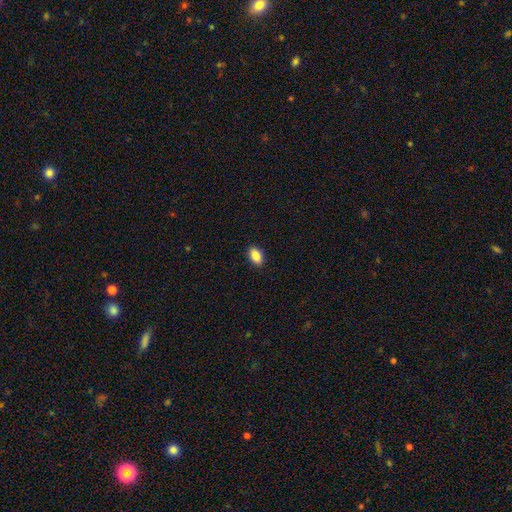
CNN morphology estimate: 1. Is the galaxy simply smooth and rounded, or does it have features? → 87% smooth, 7% star or artifact, 5% featured or disk.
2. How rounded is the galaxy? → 91% in between, 5% round, 4% cigar-shaped.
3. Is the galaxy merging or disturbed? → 90% none, 7% minor disturbance, 2% major disturbance, 1% merger.